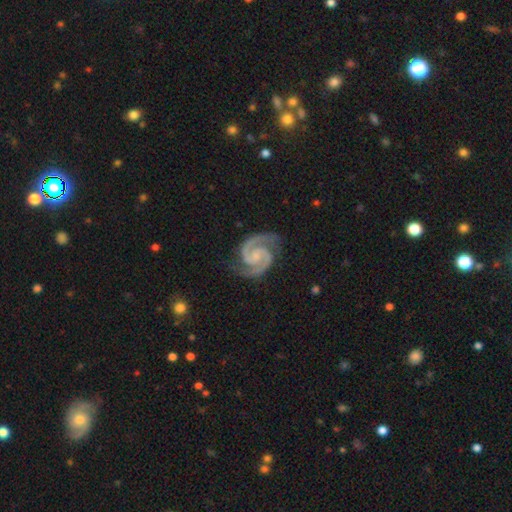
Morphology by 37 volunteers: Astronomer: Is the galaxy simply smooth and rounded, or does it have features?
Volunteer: featured or disk — 95%.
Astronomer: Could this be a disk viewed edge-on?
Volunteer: no — 100%.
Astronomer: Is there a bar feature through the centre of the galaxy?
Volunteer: no — 60%.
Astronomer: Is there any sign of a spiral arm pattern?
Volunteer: yes — 100%.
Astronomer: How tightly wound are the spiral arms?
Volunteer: medium — 63%.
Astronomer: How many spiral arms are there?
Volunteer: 2 — 100%.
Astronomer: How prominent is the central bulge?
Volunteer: small — 43% (runner-up: none, 31%).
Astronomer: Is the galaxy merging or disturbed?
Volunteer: none — 86%.